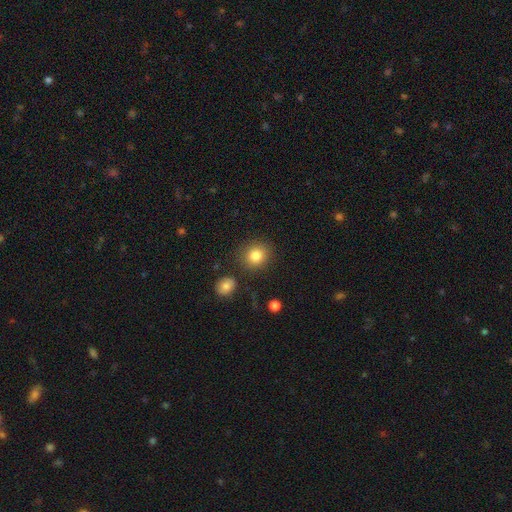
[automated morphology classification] smooth-or-featured: smooth: 84% | star or artifact: 10% | featured or disk: 6%
  how-rounded: round: 79% | in between: 20% | cigar-shaped: 1%
  merging: none: 84% | minor disturbance: 9% | merger: 4% | major disturbance: 3%